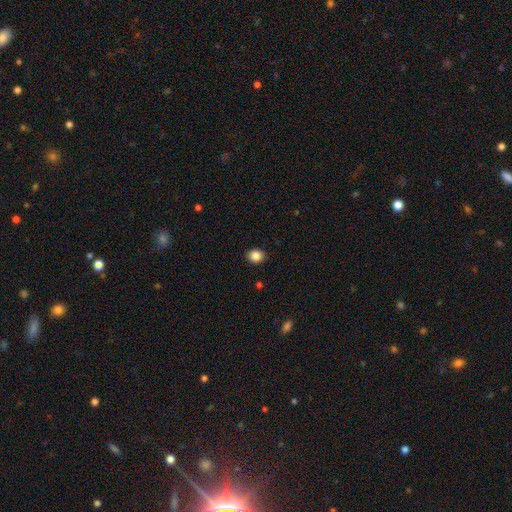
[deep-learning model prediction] This appears to be a smooth galaxy with no disk features (86%) that is round (72%). Merging: none (91%).